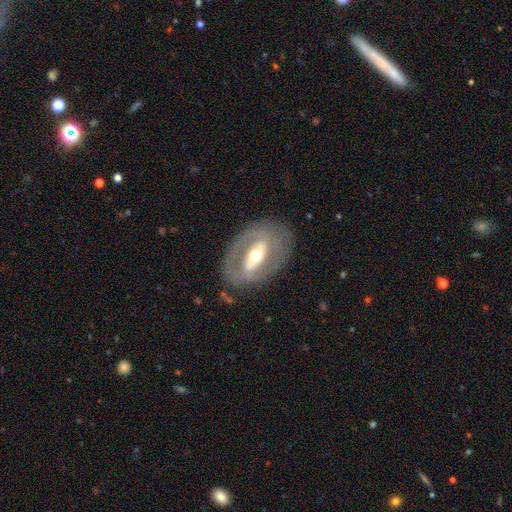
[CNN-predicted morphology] The model was most divided on "bar": strong: 48%, weak: 26%, no: 26%. More confident: edge-on disk — no (88%); merging — none (76%); smooth or featured — featured or disk (70%); spiral arms — no (68%); bulge size — moderate (63%).